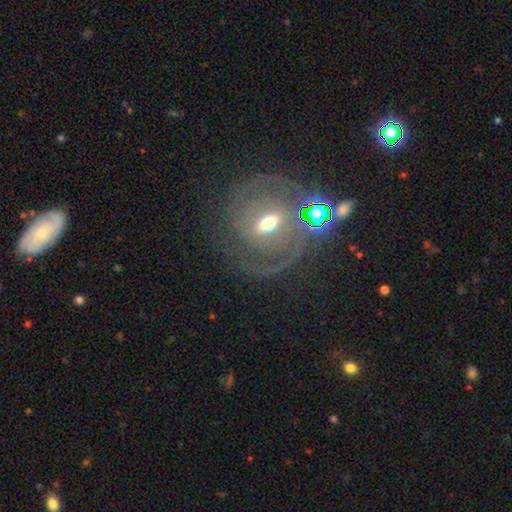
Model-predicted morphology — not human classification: Overall: featured or disk (80%). Edge-on disk: no (97%). Bar: no (40%; weak 39%). Spiral arms: yes (90%). Spiral arm count: 2 (55%; can't tell 19%). Spiral winding: tight (64%; medium 29%). Bulge size: moderate (56%; small 39%). Merging: none (71%).